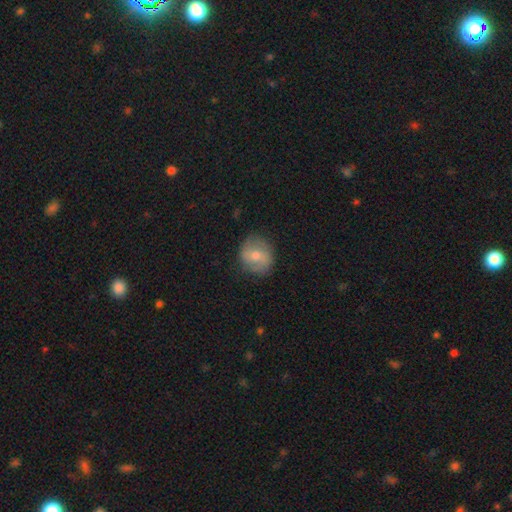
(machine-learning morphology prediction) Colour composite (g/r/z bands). It shows a smooth galaxy with no disk features (53%) that is round (75%). Merging: none (81%).